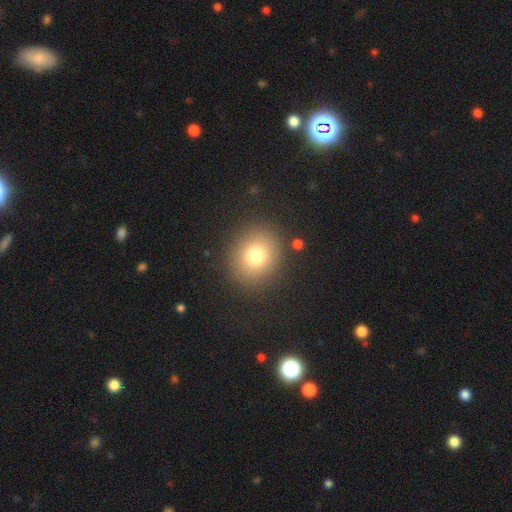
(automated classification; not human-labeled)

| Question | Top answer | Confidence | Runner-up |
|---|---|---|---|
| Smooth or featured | smooth | 77% | star or artifact (13%) |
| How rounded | round | 76% | in between (23%) |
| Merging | none | 87% | minor disturbance (7%) |